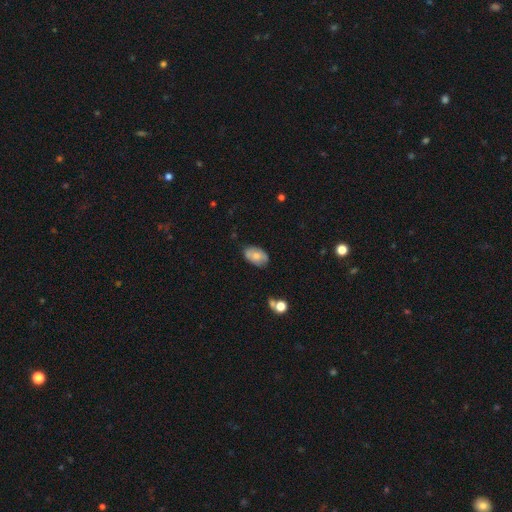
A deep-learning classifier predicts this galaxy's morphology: Smooth or featured?
  - smooth: 65% *
  - featured or disk: 27%
  - star or artifact: 8%
How rounded?
  - in between: 90% *
  - round: 8%
  - cigar-shaped: 1%
Merging?
  - none: 72% *
  - minor disturbance: 21%
  - major disturbance: 4%
  - merger: 3%